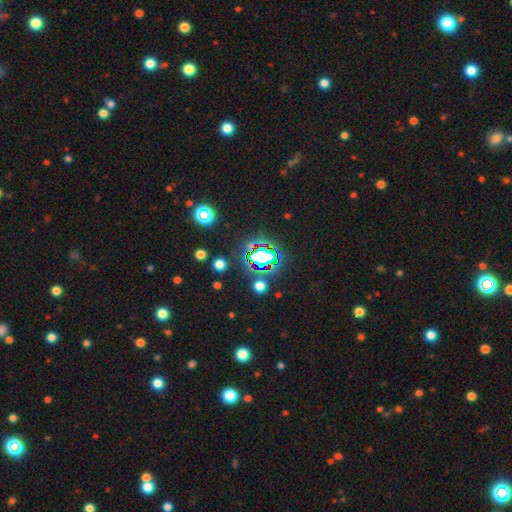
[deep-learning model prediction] Morphology: type=star or artifact (65%).